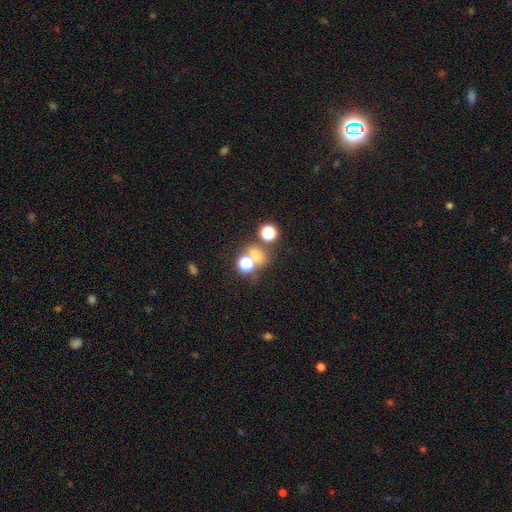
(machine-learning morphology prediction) Smooth or featured? smooth (57%)
How rounded? round (65%)
Merging? none (52%)